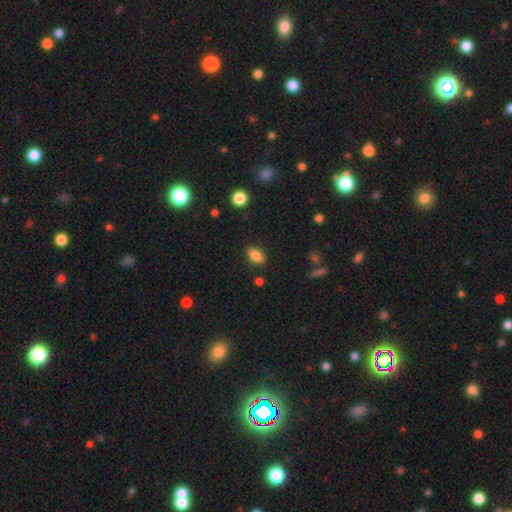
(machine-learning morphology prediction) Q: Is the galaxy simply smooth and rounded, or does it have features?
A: smooth — 85%.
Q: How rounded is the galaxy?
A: in between — 88%.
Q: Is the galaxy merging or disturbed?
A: none — 84%.